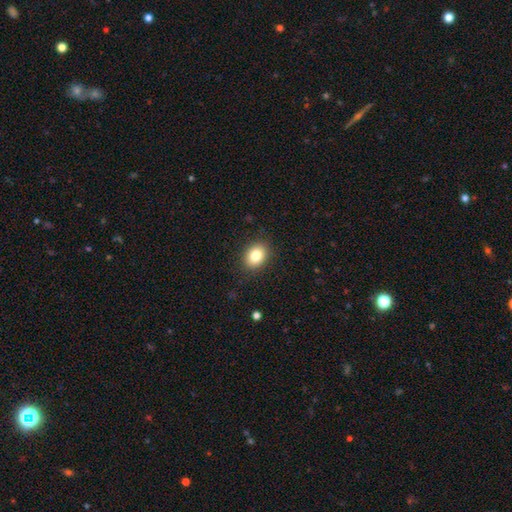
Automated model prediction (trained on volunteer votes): smooth-or-featured: smooth: 83% | star or artifact: 10% | featured or disk: 7%
  how-rounded: in between: 59% | round: 40% | cigar-shaped: 1%
  merging: none: 89% | minor disturbance: 8% | major disturbance: 2% | merger: 1%